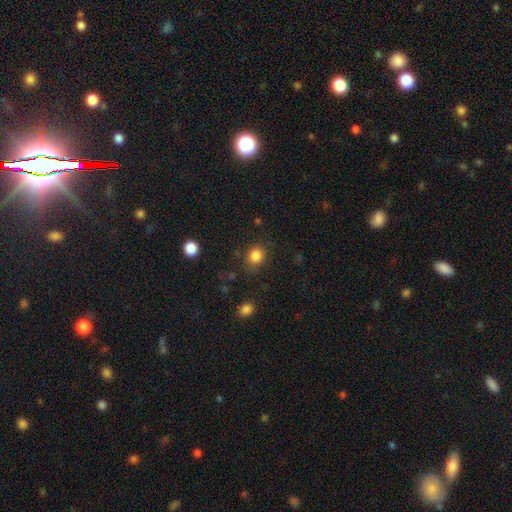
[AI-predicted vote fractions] Smooth or featured? smooth (84%)
How rounded? round (74%)
Merging? none (80%)